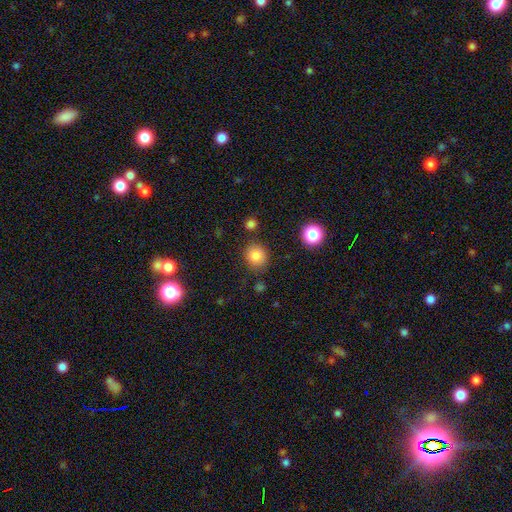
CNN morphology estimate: Smooth or featured? smooth (82%)
How rounded? round (82%)
Merging? none (83%)